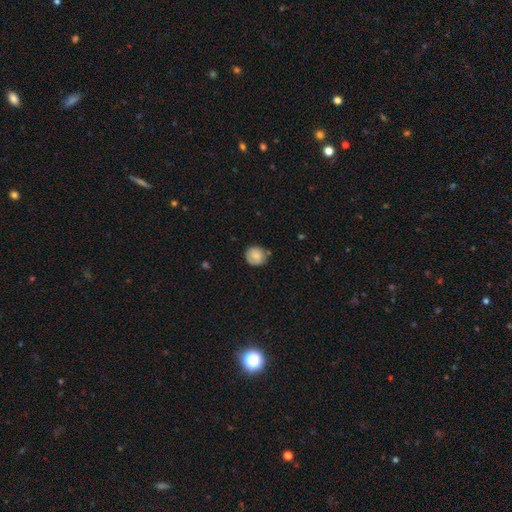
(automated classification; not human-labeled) This appears to be a smooth galaxy with no disk features (80%) that is round (88%). Merging: none (75%).